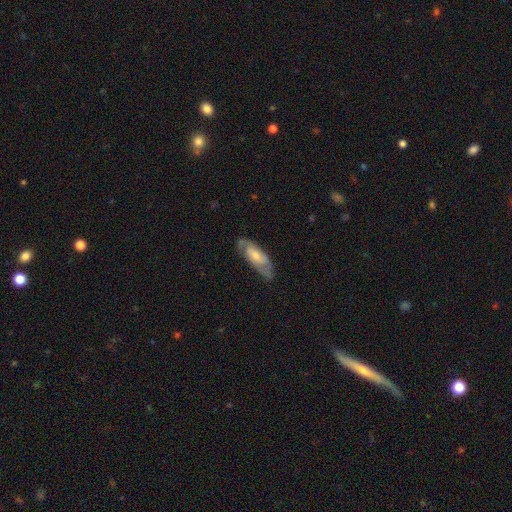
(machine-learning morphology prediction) Smooth or featured?
  - featured or disk: 62% *
  - smooth: 32%
  - star or artifact: 5%
Edge-on disk?
  - no: 85% *
  - yes: 15%
Bar?
  - no: 55% *
  - weak: 35%
  - strong: 10%
Spiral arms?
  - yes: 85% *
  - no: 15%
Bulge size?
  - small: 46% *
  - moderate: 42%
  - large: 6%
  - none: 5%
  - dominant: 1%
Merging?
  - none: 72% *
  - minor disturbance: 20%
  - major disturbance: 6%
  - merger: 1%